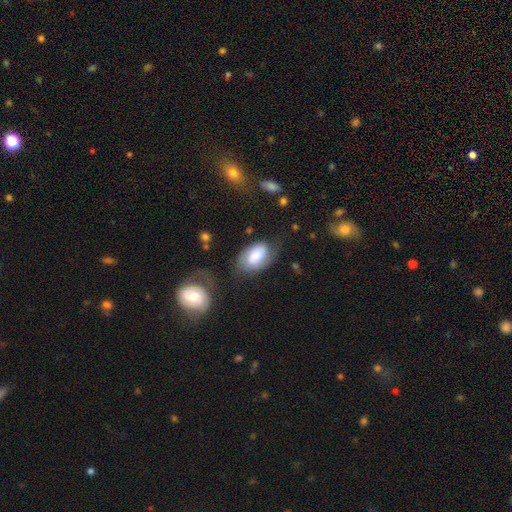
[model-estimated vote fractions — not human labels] smooth 53%, featured or disk 39%, star or artifact 8%. Down the decision tree: how rounded — in between (90%); merging — none (51%).